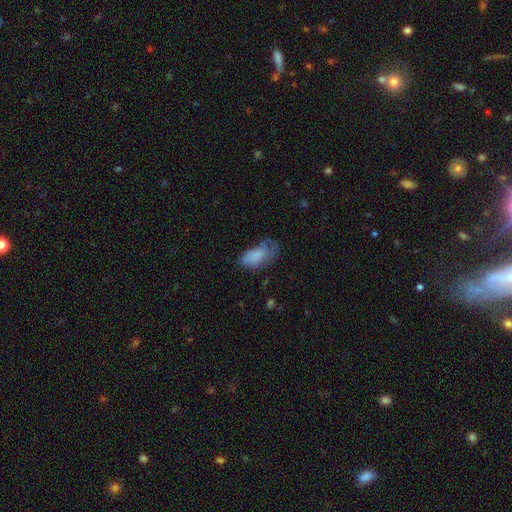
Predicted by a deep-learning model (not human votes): Q: Smooth or featured?
A: smooth (72%); runner-up: featured or disk (21%)
Q: How rounded?
A: in between (92%); runner-up: cigar-shaped (4%)
Q: Merging?
A: none (38%); runner-up: minor disturbance (35%)